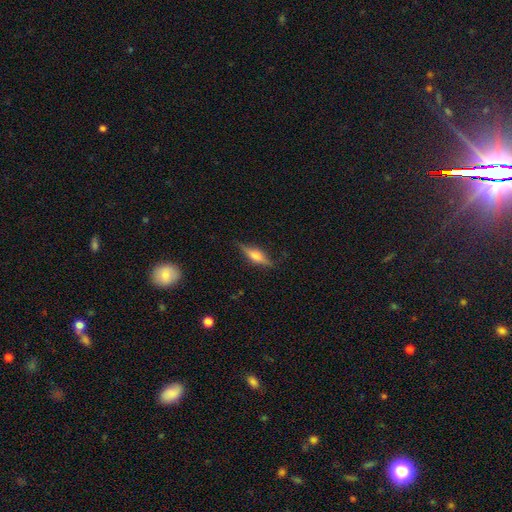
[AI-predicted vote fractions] Overall: featured or disk (59%; smooth 33%). Edge-on disk: yes (95%). Edge-on bulge: rounded (86%). Merging: none (83%).